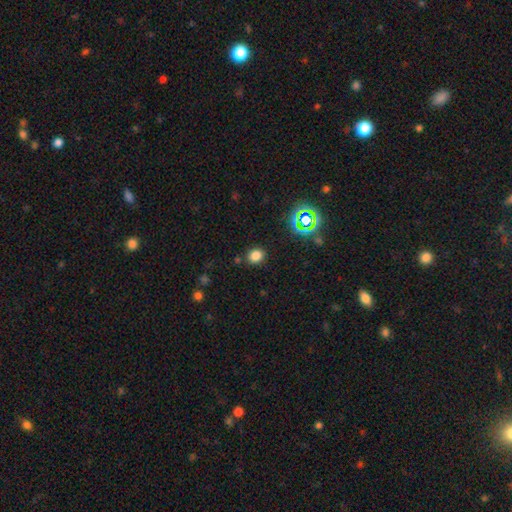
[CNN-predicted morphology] smooth_or_featured: smooth (p=0.77) [alt: star or artifact p=0.17]
how_rounded: round (p=0.63) [alt: in between p=0.37]
merging: none (p=0.85) [alt: minor disturbance p=0.09]